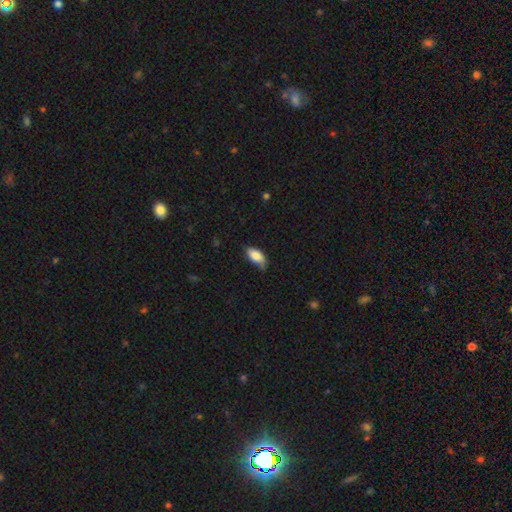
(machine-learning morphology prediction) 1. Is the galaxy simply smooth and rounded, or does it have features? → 81% smooth, 12% featured or disk, 7% star or artifact.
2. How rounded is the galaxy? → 89% in between, 8% cigar-shaped, 3% round.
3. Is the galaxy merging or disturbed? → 54% none, 37% minor disturbance, 8% major disturbance, 2% merger.